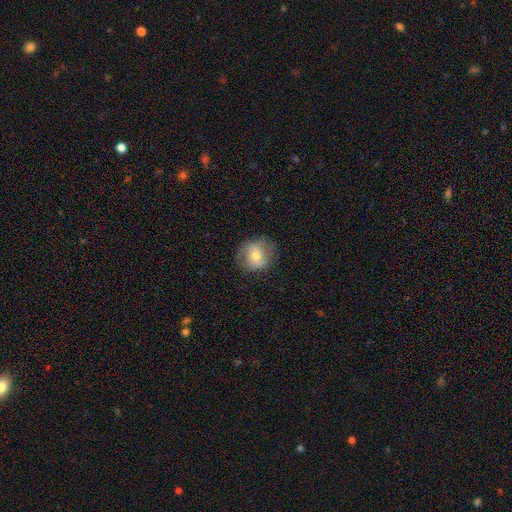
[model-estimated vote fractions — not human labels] This appears to be a smooth galaxy with no disk features (53%) that is round (72%). Merging: none (72%).